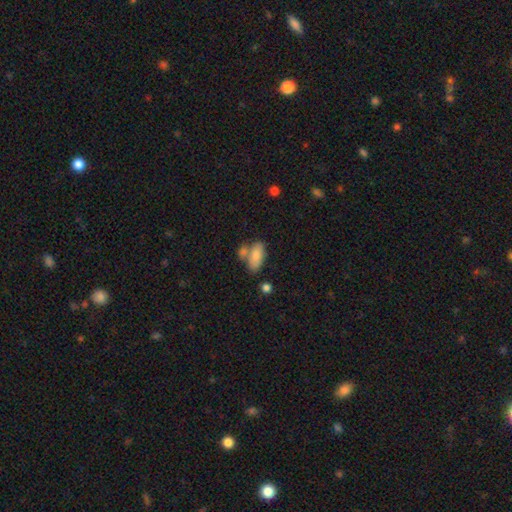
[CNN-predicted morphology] Smooth or featured?
  - smooth: 81% *
  - featured or disk: 12%
  - star or artifact: 7%
How rounded?
  - in between: 89% *
  - cigar-shaped: 7%
  - round: 4%
Merging?
  - none: 44% *
  - merger: 34%
  - minor disturbance: 16%
  - major disturbance: 6%